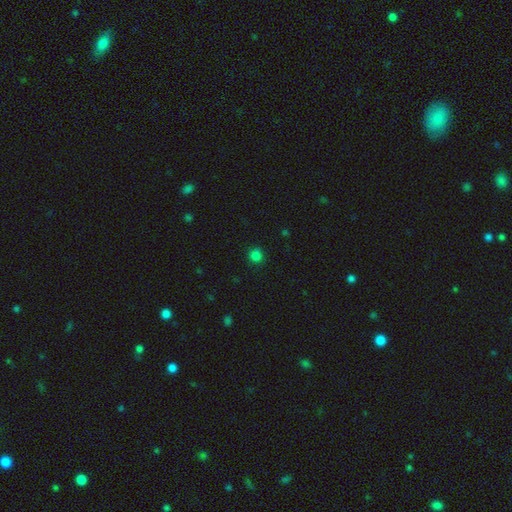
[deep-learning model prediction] This is clearly a smooth galaxy (81%). How rounded: clearly round (92%). Merging: clearly none (89%).